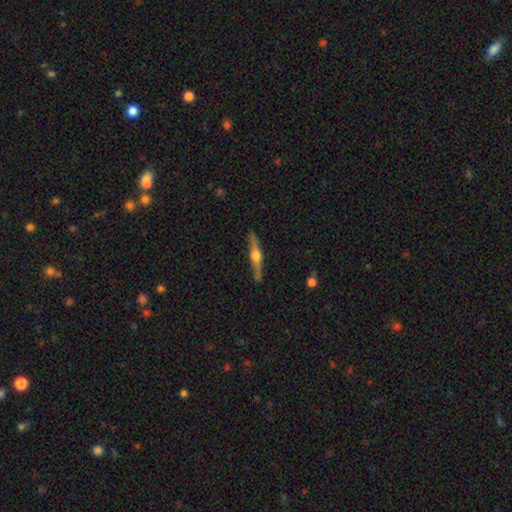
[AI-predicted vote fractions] smooth-or-featured: featured or disk: 74% | smooth: 21% | star or artifact: 6%
  disk-edge-on: yes: 98% | no: 2%
    edge-on-bulge: rounded: 95% | boxy: 3% | none: 2%
  merging: none: 89% | minor disturbance: 8% | major disturbance: 2% | merger: 1%